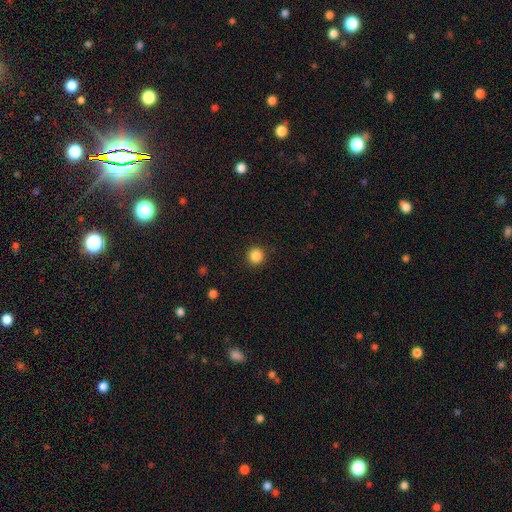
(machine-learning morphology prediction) Overall: smooth (86%). How rounded: round (95%). Merging: none (92%).